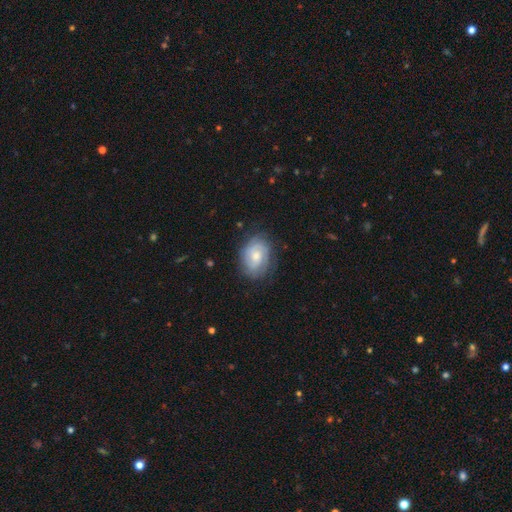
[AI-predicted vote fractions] Morphology: type=featured or disk (59%); edge-on=no (97%); bar=no (70%); spiral arms=yes (86%); bulge=moderate (50%); merging=none (75%).